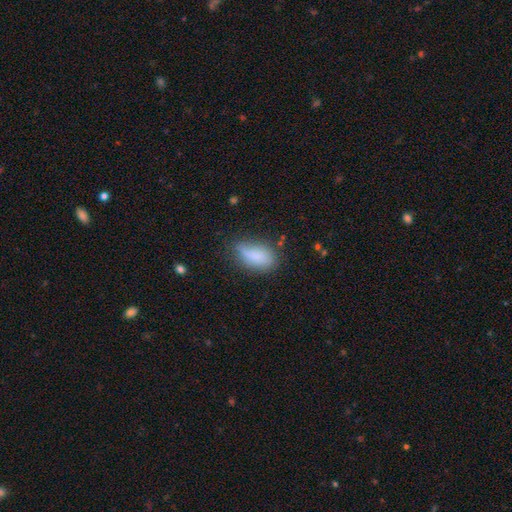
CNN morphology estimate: Q: Smooth or featured?
A: smooth (80%); runner-up: featured or disk (11%)
Q: How rounded?
A: in between (86%); runner-up: cigar-shaped (10%)
Q: Merging?
A: none (53%); runner-up: minor disturbance (33%)